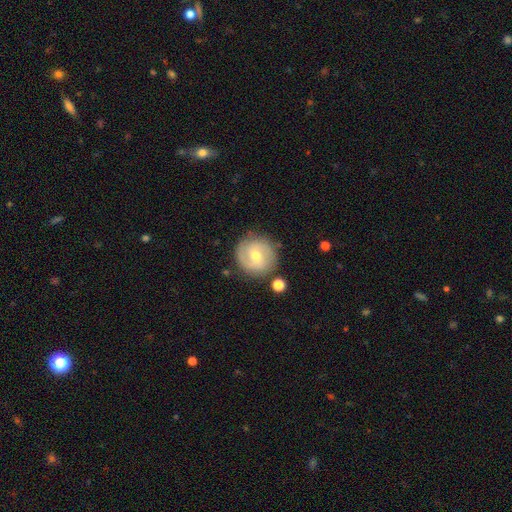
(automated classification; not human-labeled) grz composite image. It shows a featured or disk galaxy (59%) with a weak bar (52%), spiral arms (78%) and a moderate central bulge (65%). Merging: none (81%).